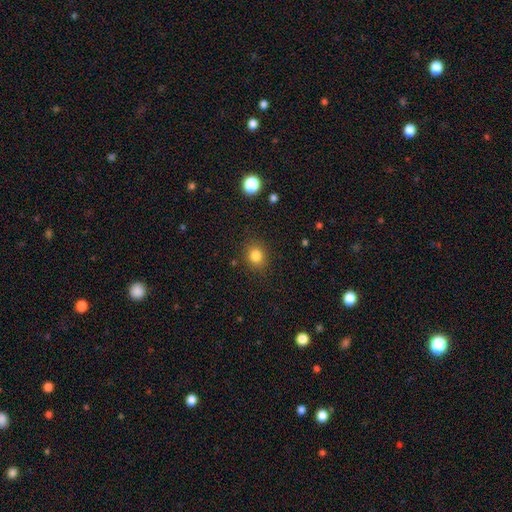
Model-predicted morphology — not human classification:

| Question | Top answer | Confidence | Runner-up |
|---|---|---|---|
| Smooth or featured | smooth | 82% | star or artifact (12%) |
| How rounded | round | 74% | in between (25%) |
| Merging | none | 87% | minor disturbance (9%) |